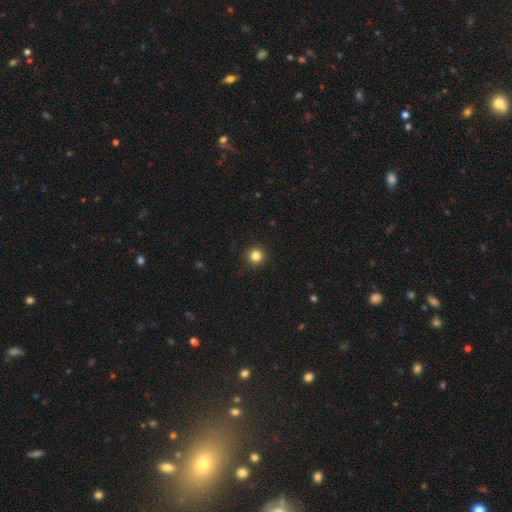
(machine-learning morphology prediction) Smooth or featured: smooth — 83% (star or artifact — 13%)
How rounded: round — 96% (in between — 3%)
Merging: none — 93% (minor disturbance — 4%)